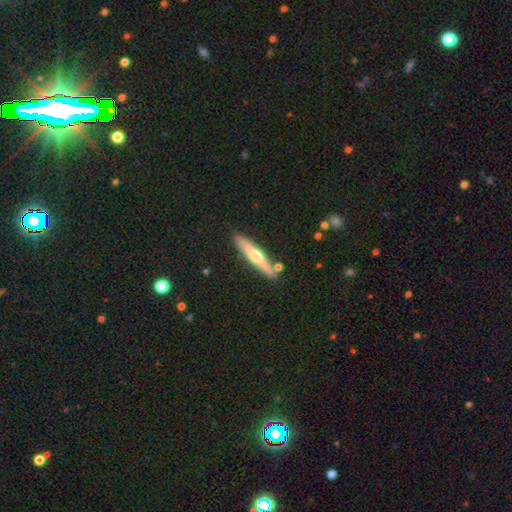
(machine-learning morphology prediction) A featured or disk galaxy (55%) viewed edge-on (94%) with a rounded central bulge (90%). Merging: none (85%).